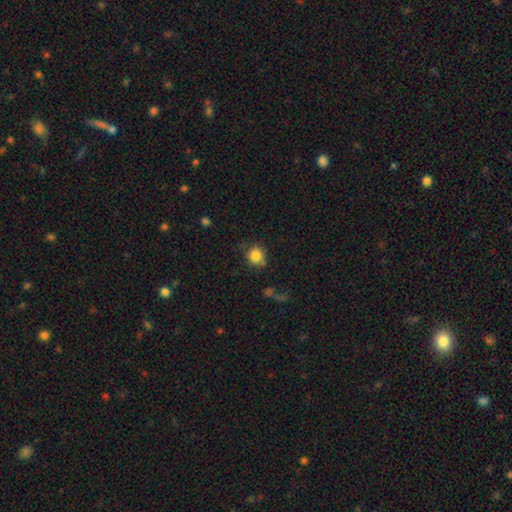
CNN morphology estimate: This appears to be a smooth galaxy with no disk features (84%) that is round (89%). Merging: none (73%).